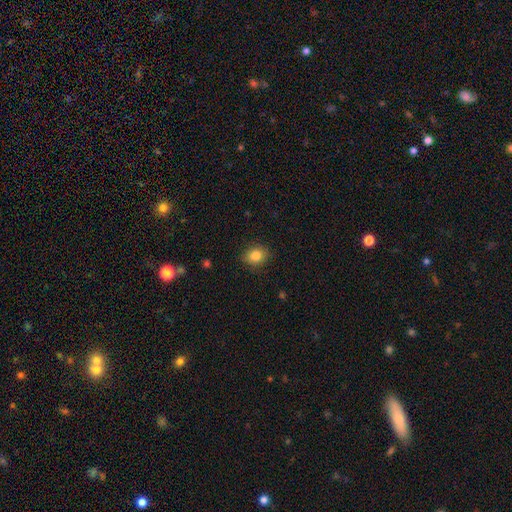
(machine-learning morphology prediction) This appears to be a smooth galaxy with no disk features (83%) that is round (56%). Merging: none (87%).